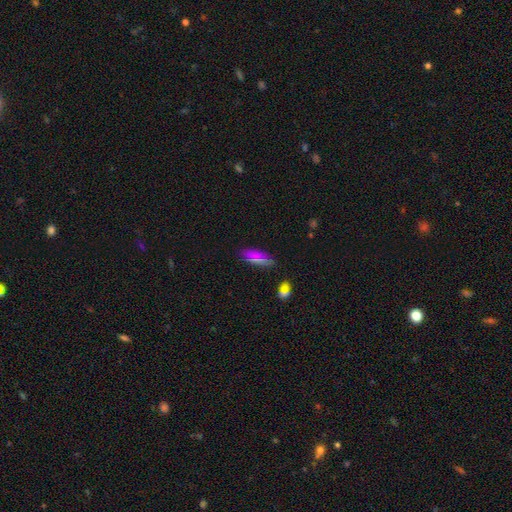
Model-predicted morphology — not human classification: type=smooth (70%); roundness=in between (65%); merging=none (82%).